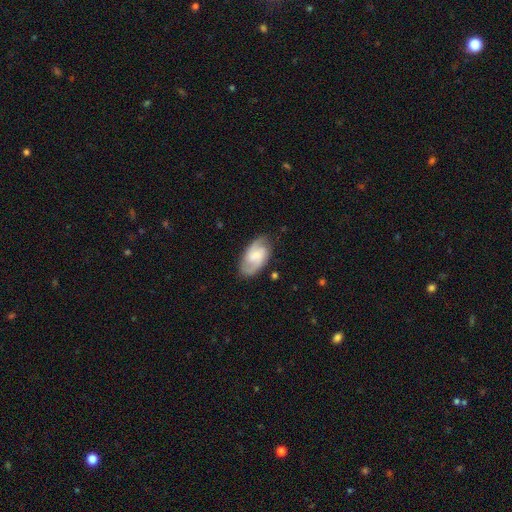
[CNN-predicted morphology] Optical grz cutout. It shows a featured or disk galaxy (72%) with a weak bar (51%), 2 (83%) medium (51%) spiral arms (95%) and a small central bulge (37%). Merging: none (79%).